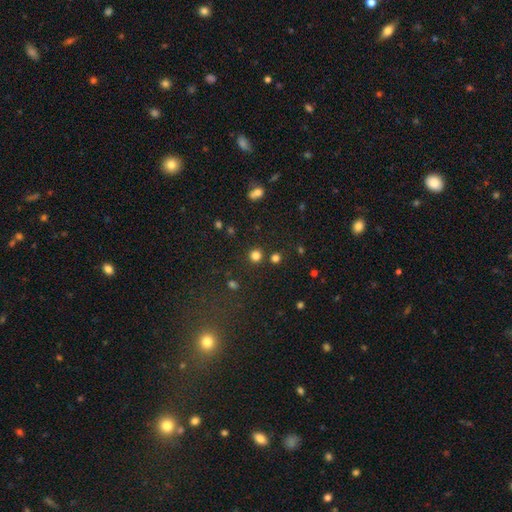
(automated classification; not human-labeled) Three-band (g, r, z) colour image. It shows a smooth galaxy with no disk features (79%) that is round (92%). Merging: none (87%).